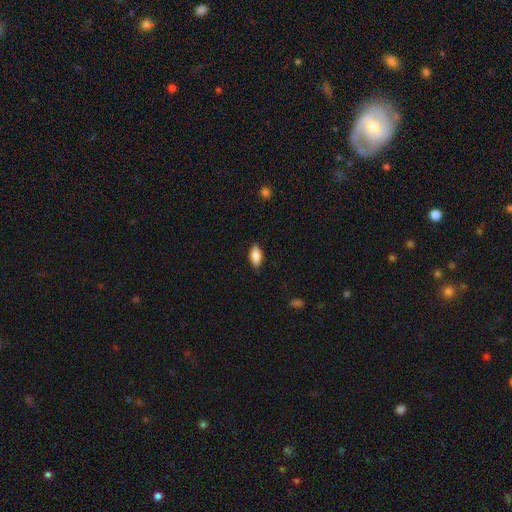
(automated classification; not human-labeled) This is clearly a smooth galaxy (83%). How rounded: clearly in between (88%). Merging: clearly none (85%).